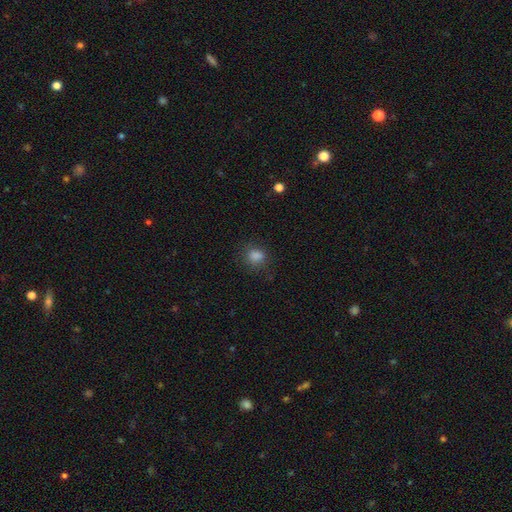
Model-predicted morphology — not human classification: A smooth galaxy with no disk features (80%) that is round (63%).

Vote fractions:
- Smooth or featured? smooth: 80% / star or artifact: 15% / featured or disk: 5%
- How rounded? round: 63% / in between: 35% / cigar-shaped: 1%
- Merging? none: 76% / minor disturbance: 15% / major disturbance: 6% / merger: 2%